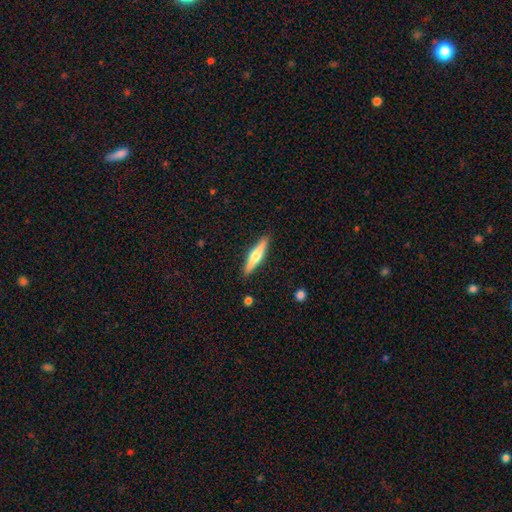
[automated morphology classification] Q: Smooth or featured?
A: featured or disk (53%); runner-up: smooth (42%)
Q: Edge-on disk?
A: yes (96%); runner-up: no (4%)
Q: Edge-on bulge?
A: rounded (89%); runner-up: boxy (6%)
Q: Merging?
A: none (90%); runner-up: minor disturbance (7%)